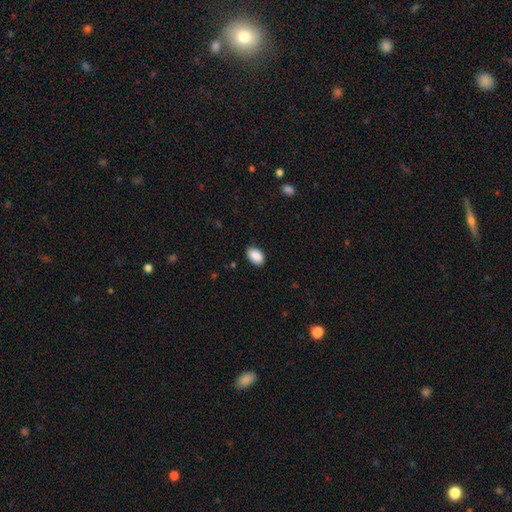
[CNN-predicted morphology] Smooth or featured? Predicted: smooth (p=0.90). How rounded? Predicted: in between (p=0.90). Merging? Predicted: none (p=0.87).